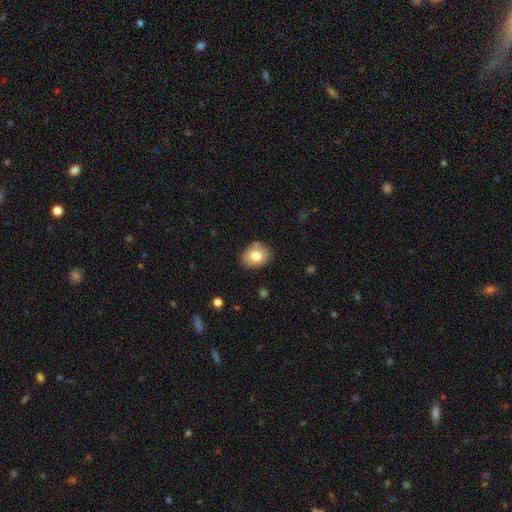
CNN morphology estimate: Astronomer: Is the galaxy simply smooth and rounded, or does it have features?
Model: smooth — 79%.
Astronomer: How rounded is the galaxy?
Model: in between — 51% (runner-up: round, 48%).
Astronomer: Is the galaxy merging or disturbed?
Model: none — 79%.